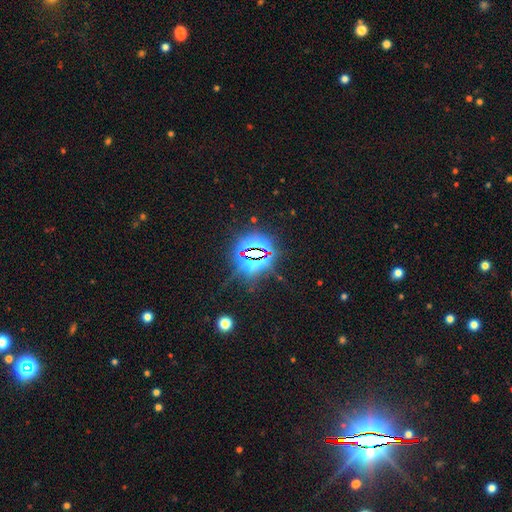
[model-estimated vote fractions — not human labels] Smooth or featured?
  - star or artifact: 83% *
  - smooth: 10%
  - featured or disk: 8%